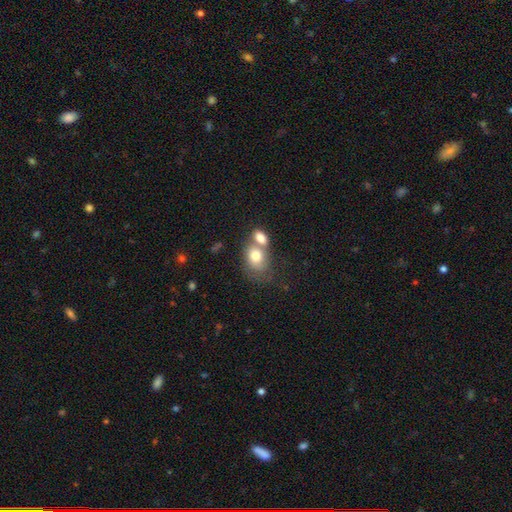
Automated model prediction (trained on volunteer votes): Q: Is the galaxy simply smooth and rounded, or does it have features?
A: smooth — 77%.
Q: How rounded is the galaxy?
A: in between — 69%.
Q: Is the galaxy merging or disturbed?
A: merger — 60%.